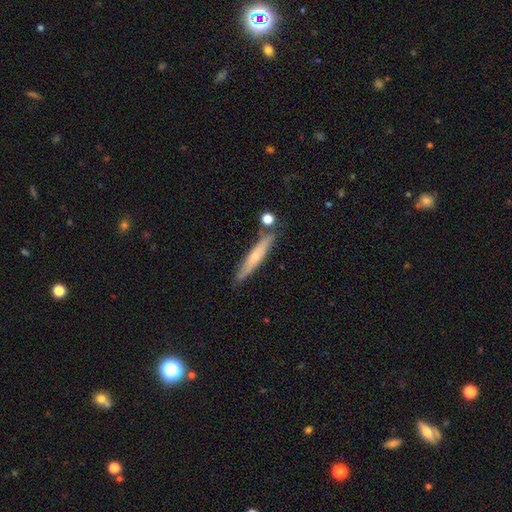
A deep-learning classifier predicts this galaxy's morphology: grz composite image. It shows a smooth galaxy with no disk features (51%) that is cigar-shaped (92%). Merging: none (75%).